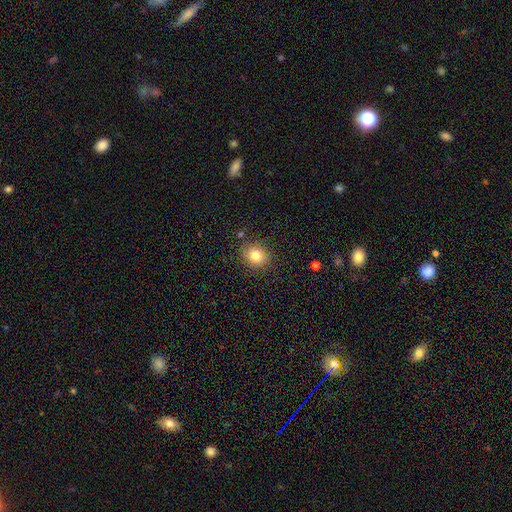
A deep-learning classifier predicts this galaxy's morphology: Overall: smooth (79%). How rounded: round (75%). Merging: none (85%).